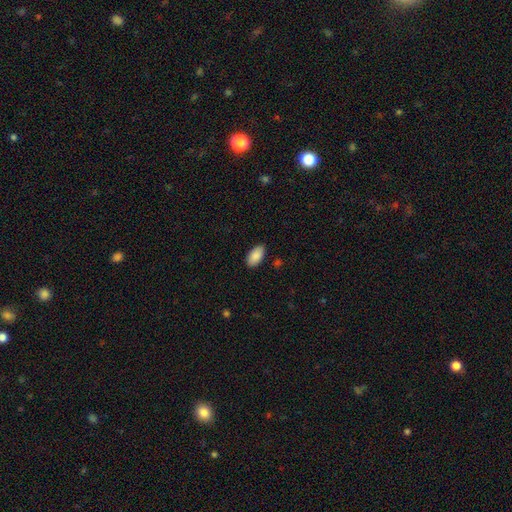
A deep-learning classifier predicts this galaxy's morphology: Smooth or featured? Predicted: smooth (p=0.90). How rounded? Predicted: in between (p=0.95). Merging? Predicted: none (p=0.88).